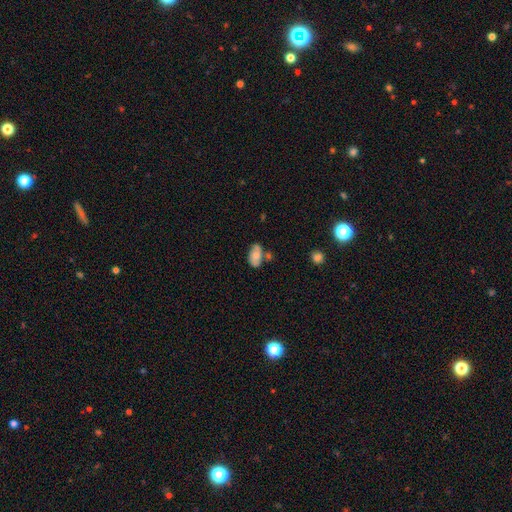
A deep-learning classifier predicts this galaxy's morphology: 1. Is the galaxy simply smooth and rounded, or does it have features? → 66% smooth, 26% featured or disk, 8% star or artifact.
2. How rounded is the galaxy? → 93% in between, 5% round, 2% cigar-shaped.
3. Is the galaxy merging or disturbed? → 55% none, 22% minor disturbance, 17% merger, 6% major disturbance.